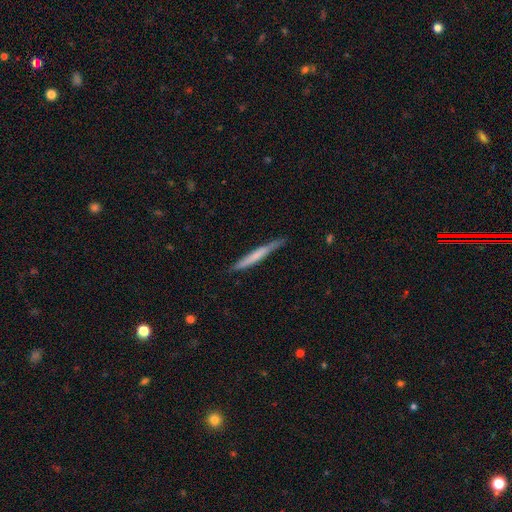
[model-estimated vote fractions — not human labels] Q: Smooth or featured?
A: smooth (58%); runner-up: featured or disk (37%)
Q: How rounded?
A: cigar-shaped (97%); runner-up: in between (2%)
Q: Merging?
A: none (83%); runner-up: minor disturbance (14%)